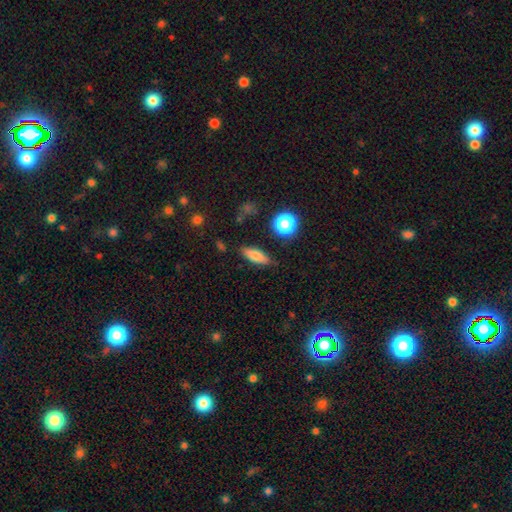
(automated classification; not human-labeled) A smooth galaxy with no disk features (75%) that is in between round and cigar-shaped (59%). Merging: none (81%).